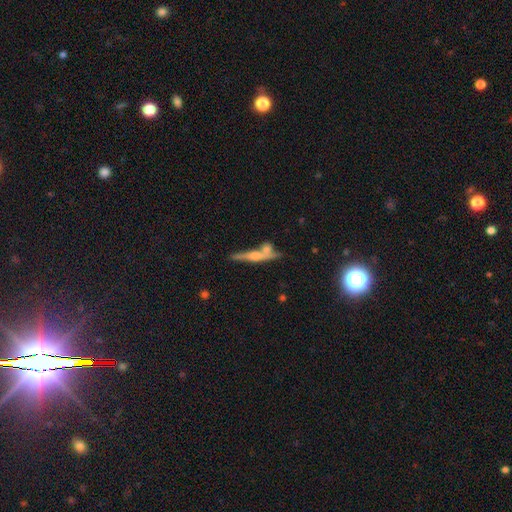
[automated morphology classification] The model was most divided on "smooth or featured": featured or disk: 61%, smooth: 27%, star or artifact: 12%. More confident: edge-on disk — yes (90%); edge-on bulge — rounded (72%); merging — none (59%).